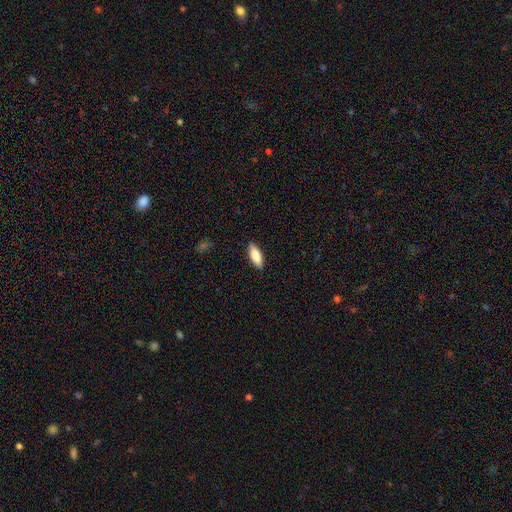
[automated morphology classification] The model was most divided on "how rounded": in between: 71%, cigar-shaped: 28%, round: 2%. More confident: merging — none (89%); smooth or featured — smooth (82%).